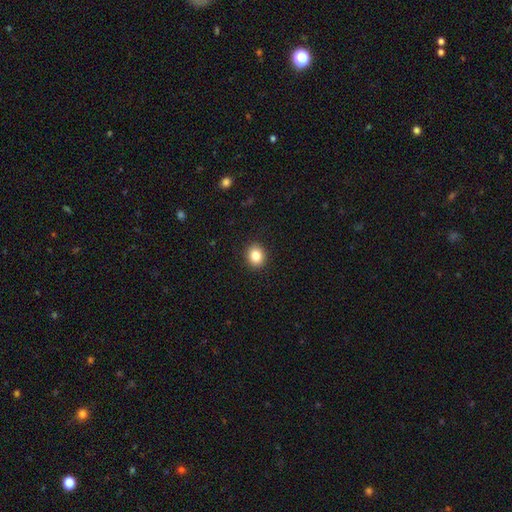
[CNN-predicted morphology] Q: Smooth or featured?
A: smooth (85%); runner-up: star or artifact (10%)
Q: How rounded?
A: round (65%); runner-up: in between (34%)
Q: Merging?
A: none (92%); runner-up: minor disturbance (6%)